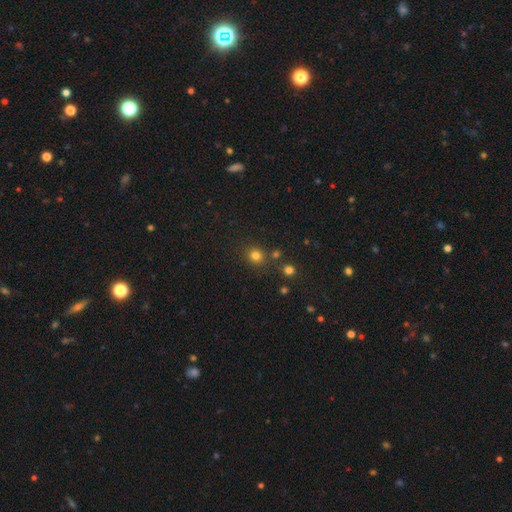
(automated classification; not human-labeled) Smooth or featured? smooth (78%)
How rounded? round (84%)
Merging? none (80%)